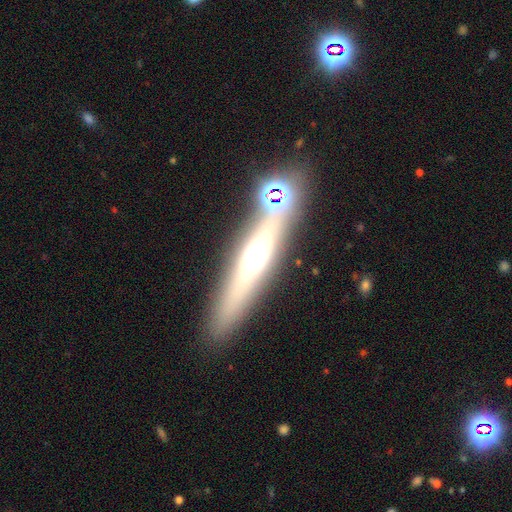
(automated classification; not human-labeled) This appears to be a featured or disk galaxy (57%) viewed edge-on (87%). Merging: none (81%).